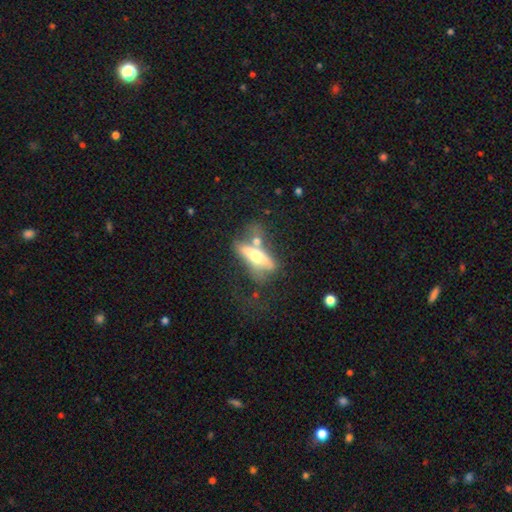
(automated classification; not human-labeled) Morphology: type=featured or disk (51%); edge-on=yes (64%); merging=none (34%).